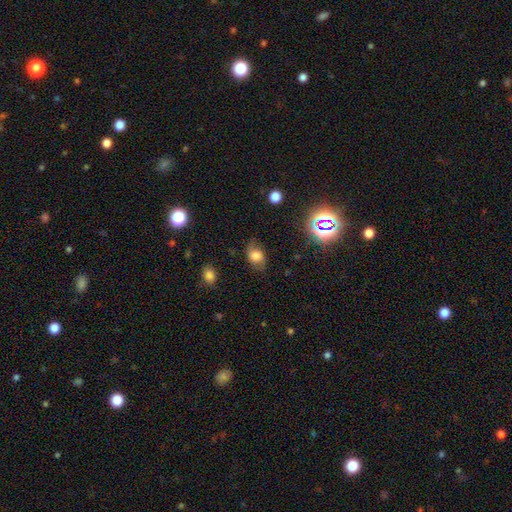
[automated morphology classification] Smooth or featured? Predicted: smooth (p=0.65). How rounded? Predicted: in between (p=0.73). Merging? Predicted: none (p=0.68).